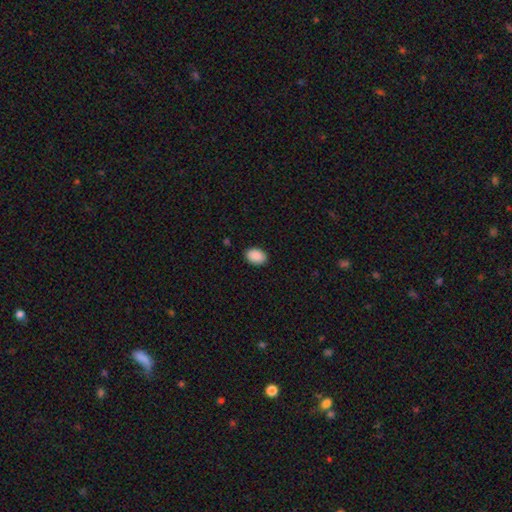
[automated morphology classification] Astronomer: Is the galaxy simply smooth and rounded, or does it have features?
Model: smooth — 91%.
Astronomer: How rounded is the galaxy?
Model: in between — 84%.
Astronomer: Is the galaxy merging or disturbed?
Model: none — 89%.